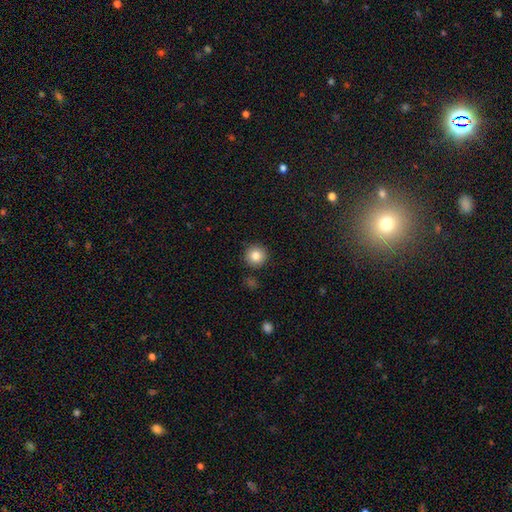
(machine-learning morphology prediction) Smooth or featured? smooth (84%)
How rounded? round (94%)
Merging? none (90%)